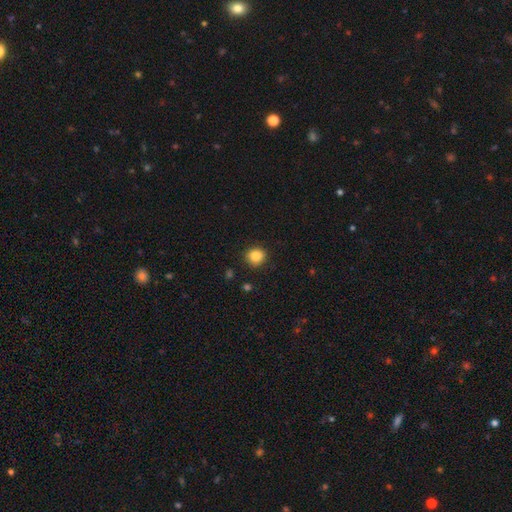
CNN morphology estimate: A smooth galaxy with no disk features (86%) that is round (86%).

Vote fractions:
- Smooth or featured? smooth: 86% / star or artifact: 10% / featured or disk: 4%
- How rounded? round: 86% / in between: 13% / cigar-shaped: 1%
- Merging? none: 88% / minor disturbance: 9% / major disturbance: 2% / merger: 1%